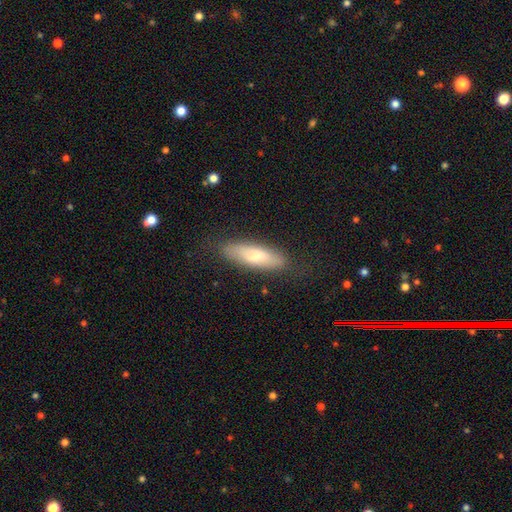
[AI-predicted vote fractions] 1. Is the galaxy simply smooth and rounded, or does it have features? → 72% smooth, 22% featured or disk, 6% star or artifact.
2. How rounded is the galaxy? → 53% cigar-shaped, 45% in between, 2% round.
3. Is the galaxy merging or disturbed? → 81% none, 14% minor disturbance, 4% major disturbance, 1% merger.